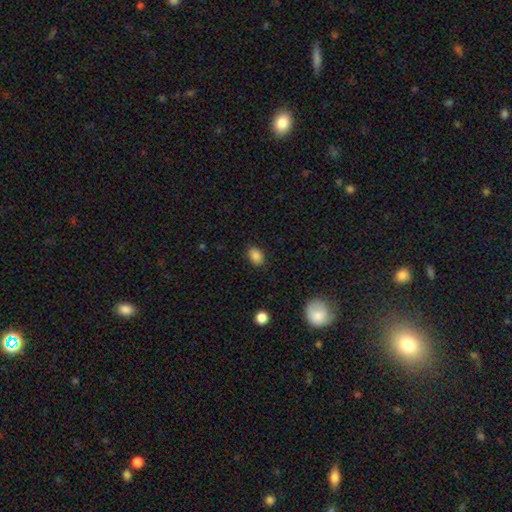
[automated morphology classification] Smooth or featured: smooth — 86% (star or artifact — 10%)
How rounded: in between — 79% (round — 20%)
Merging: none — 86% (minor disturbance — 10%)